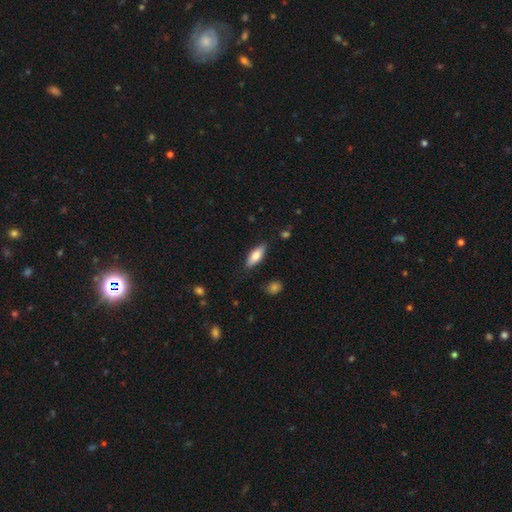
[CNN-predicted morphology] Smooth or featured? smooth (75%)
How rounded? in between (68%)
Merging? none (83%)